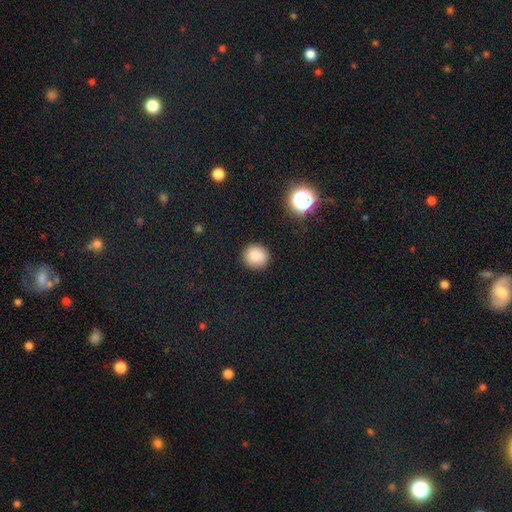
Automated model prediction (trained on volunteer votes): smooth 85%, star or artifact 10%, featured or disk 5%. Down the decision tree: how rounded — round (90%); merging — none (88%).